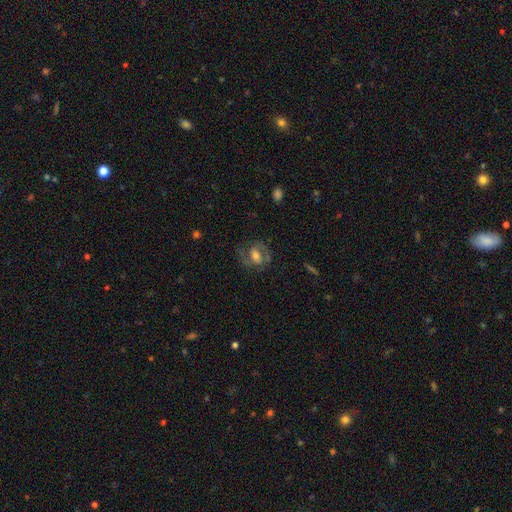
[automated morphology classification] smooth_or_featured: featured or disk (p=0.66) [alt: smooth p=0.26]
disk_edge_on: no (p=0.96) [alt: yes p=0.04]
bar: weak (p=0.42) [alt: no p=0.33]
has_spiral_arms: yes (p=0.82) [alt: no p=0.18]
spiral_winding: medium (p=0.52) [alt: tight p=0.25]
spiral_arm_count: 2 (p=0.80) [alt: can't tell p=0.10]
bulge_size: moderate (p=0.59) [alt: small p=0.26]
merging: none (p=0.63) [alt: minor disturbance p=0.19]